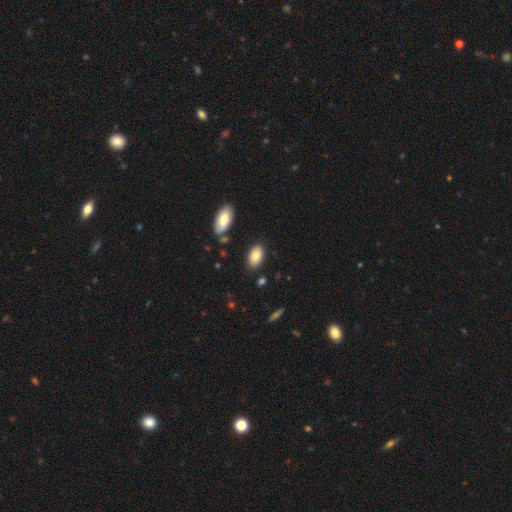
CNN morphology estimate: smooth_or_featured: smooth (p=0.84) [alt: featured or disk p=0.09]
how_rounded: in between (p=0.94) [alt: round p=0.05]
merging: none (p=0.82) [alt: minor disturbance p=0.12]